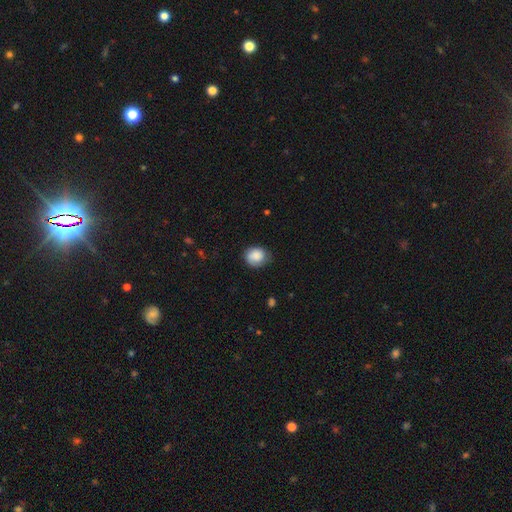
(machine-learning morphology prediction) smooth 84%, featured or disk 9%, star or artifact 7%. Down the decision tree: how rounded — round (64%); merging — none (69%).